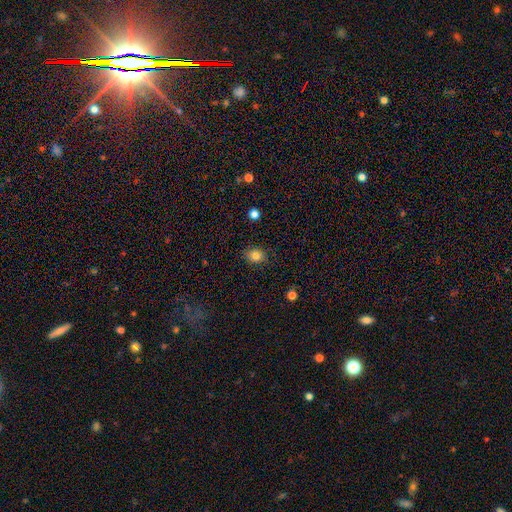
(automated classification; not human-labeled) A smooth galaxy with no disk features (82%) that is in between round and cigar-shaped (51%).

Vote fractions:
- Smooth or featured? smooth: 82% / star or artifact: 11% / featured or disk: 7%
- How rounded? in between: 51% / round: 48% / cigar-shaped: 1%
- Merging? none: 85% / minor disturbance: 12% / major disturbance: 3% / merger: 1%